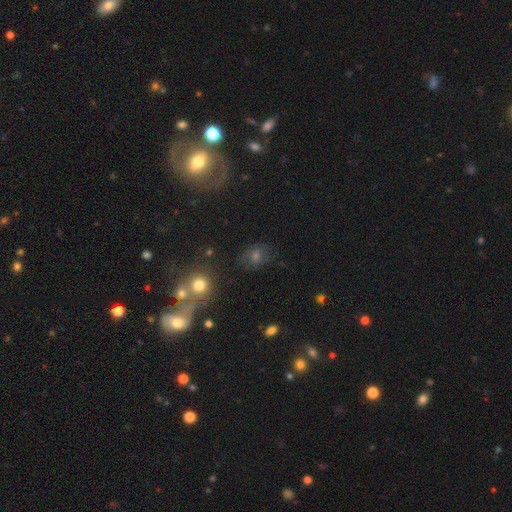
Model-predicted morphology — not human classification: A smooth galaxy with no disk features (47%).

Vote fractions:
- Smooth or featured? smooth: 47% / star or artifact: 30% / featured or disk: 24%
- Merging? none: 68% / minor disturbance: 15% / major disturbance: 10% / merger: 7%